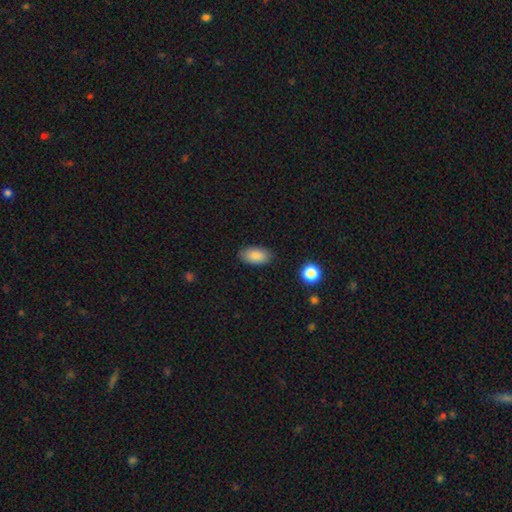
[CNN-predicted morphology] Smooth or featured? smooth (87%)
How rounded? in between (93%)
Merging? none (86%)